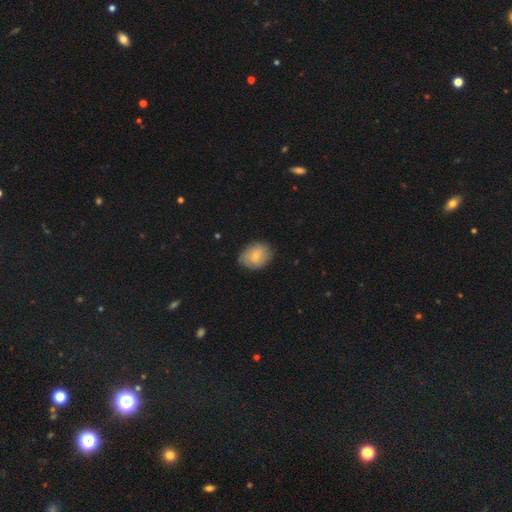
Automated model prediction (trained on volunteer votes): Smooth or featured? Predicted: smooth (p=0.68). How rounded? Predicted: in between (p=0.59). Merging? Predicted: none (p=0.77).